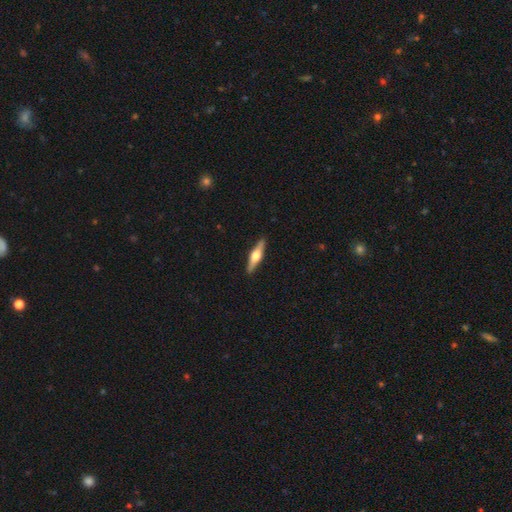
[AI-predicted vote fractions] Q: Smooth or featured?
A: featured or disk (64%); runner-up: smooth (31%)
Q: Edge-on disk?
A: yes (97%); runner-up: no (3%)
Q: Edge-on bulge?
A: rounded (94%); runner-up: boxy (4%)
Q: Merging?
A: none (91%); runner-up: minor disturbance (6%)